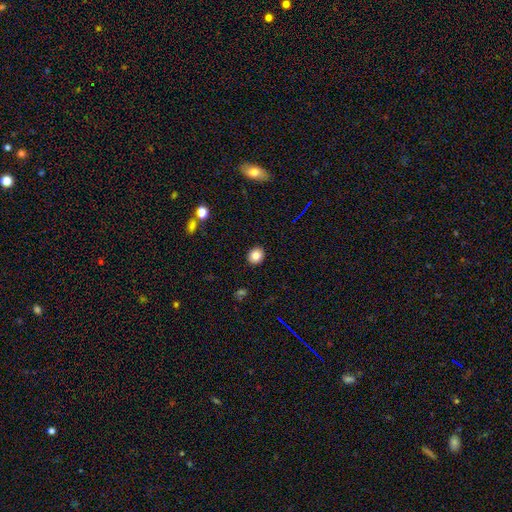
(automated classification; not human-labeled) Overall: smooth (84%). How rounded: round (74%). Merging: none (91%).